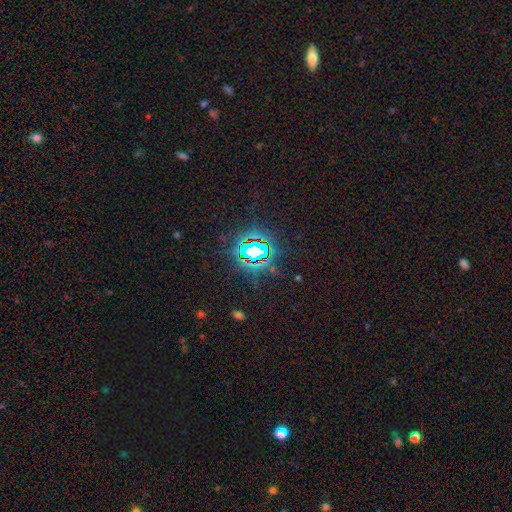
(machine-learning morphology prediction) Q: Smooth or featured?
A: star or artifact (79%); runner-up: smooth (11%)